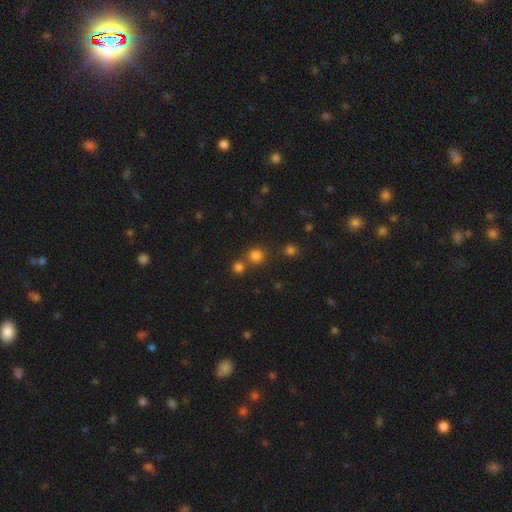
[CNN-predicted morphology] Smooth or featured?
  - smooth: 77% *
  - star or artifact: 17%
  - featured or disk: 5%
How rounded?
  - round: 89% *
  - in between: 10%
  - cigar-shaped: 1%
Merging?
  - none: 67% *
  - merger: 23%
  - minor disturbance: 7%
  - major disturbance: 3%